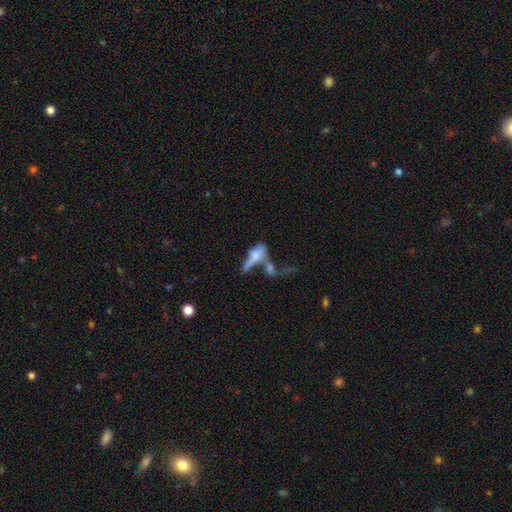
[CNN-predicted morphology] smooth-or-featured: smooth: 50% | featured or disk: 40% | star or artifact: 10%
  how-rounded: in between: 60% | cigar-shaped: 34% | round: 7%
  merging: merger: 53% | major disturbance: 22% | none: 16% | minor disturbance: 10%